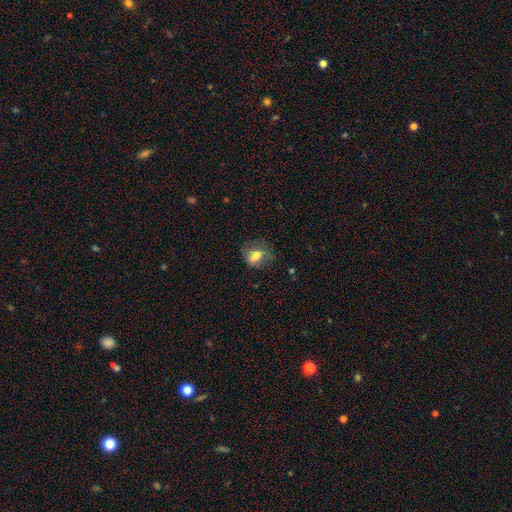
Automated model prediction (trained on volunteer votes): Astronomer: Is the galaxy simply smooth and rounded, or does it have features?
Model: smooth — 70%.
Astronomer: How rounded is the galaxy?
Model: in between — 52% (runner-up: round, 46%).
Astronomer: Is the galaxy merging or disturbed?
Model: none — 58%.